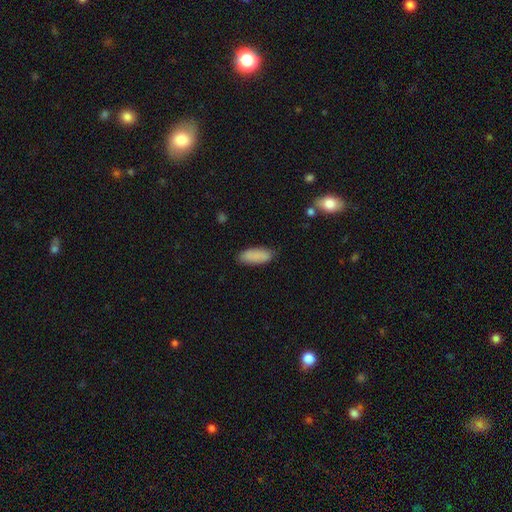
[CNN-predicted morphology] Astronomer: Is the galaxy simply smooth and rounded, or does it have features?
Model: smooth — 86%.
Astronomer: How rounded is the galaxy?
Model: in between — 79%.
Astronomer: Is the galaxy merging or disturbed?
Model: none — 83%.